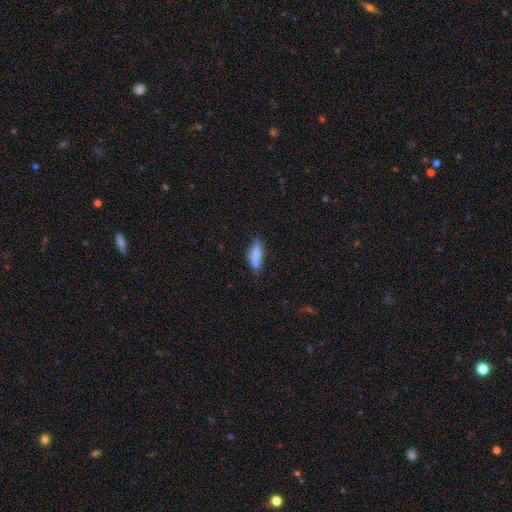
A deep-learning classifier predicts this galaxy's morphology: smooth_or_featured: smooth (p=0.72) [alt: featured or disk p=0.19]
how_rounded: in between (p=0.63) [alt: cigar-shaped p=0.34]
merging: none (p=0.53) [alt: minor disturbance p=0.27]